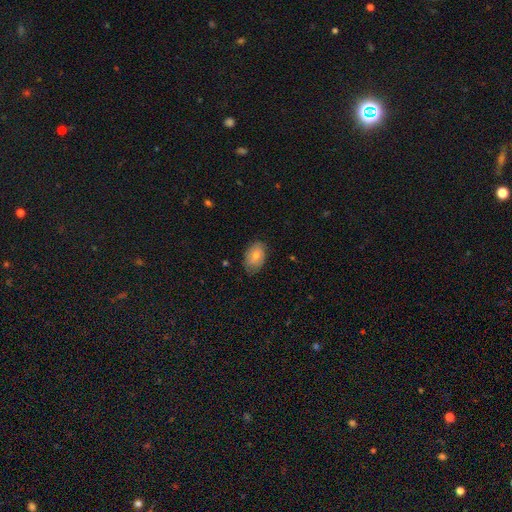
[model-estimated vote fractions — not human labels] Smooth or featured? smooth (75%)
How rounded? in between (88%)
Merging? none (77%)